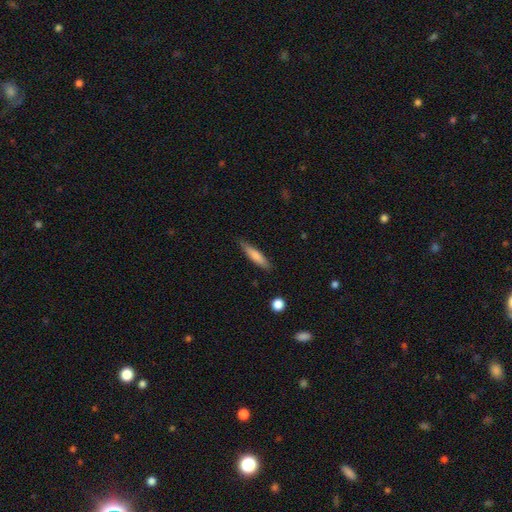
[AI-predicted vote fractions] The model was most divided on "smooth or featured": smooth: 75%, featured or disk: 19%, star or artifact: 6%. More confident: how rounded — cigar-shaped (83%); merging — none (82%).